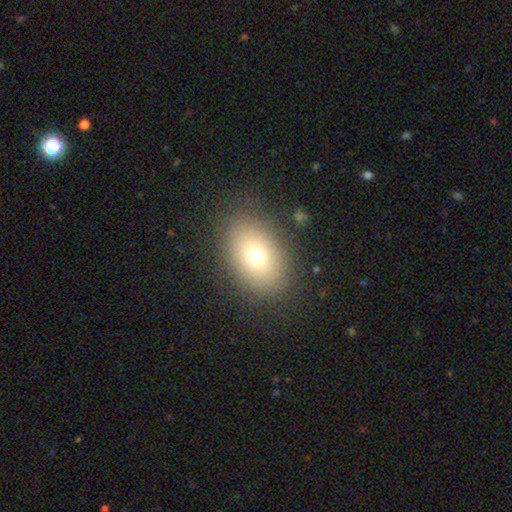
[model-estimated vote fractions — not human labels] Smooth or featured? Predicted: smooth (p=0.71). How rounded? Predicted: in between (p=0.72). Merging? Predicted: none (p=0.85).